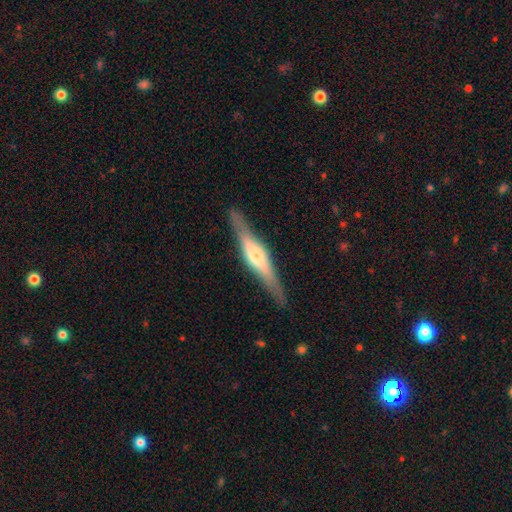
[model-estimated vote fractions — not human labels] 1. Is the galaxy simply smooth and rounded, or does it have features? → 68% featured or disk, 27% smooth, 5% star or artifact.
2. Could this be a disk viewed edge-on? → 95% yes, 5% no.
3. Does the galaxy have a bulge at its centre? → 75% rounded, 16% boxy, 9% none.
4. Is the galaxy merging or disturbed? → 87% none, 9% minor disturbance, 2% major disturbance, 1% merger.